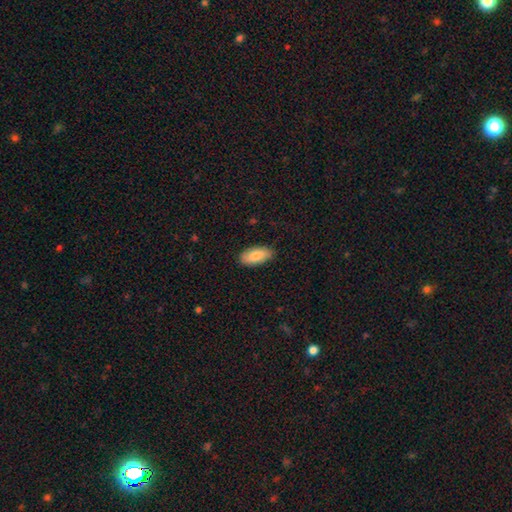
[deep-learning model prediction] smooth_or_featured: smooth (p=0.82) [alt: featured or disk p=0.12]
how_rounded: in between (p=0.91) [alt: cigar-shaped p=0.07]
merging: none (p=0.87) [alt: minor disturbance p=0.10]